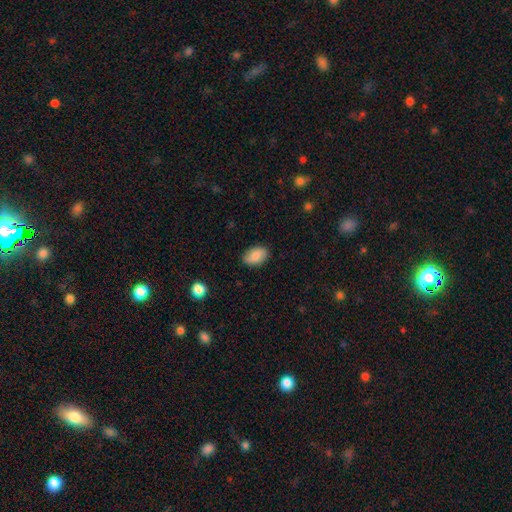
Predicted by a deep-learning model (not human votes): A smooth galaxy with no disk features (81%) that is in between round and cigar-shaped (90%). Merging: none (85%).